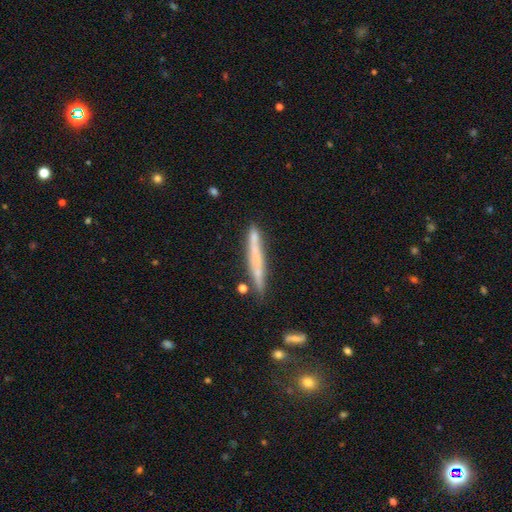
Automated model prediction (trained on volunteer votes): A smooth galaxy with no disk features (49%). Merging: none (77%).